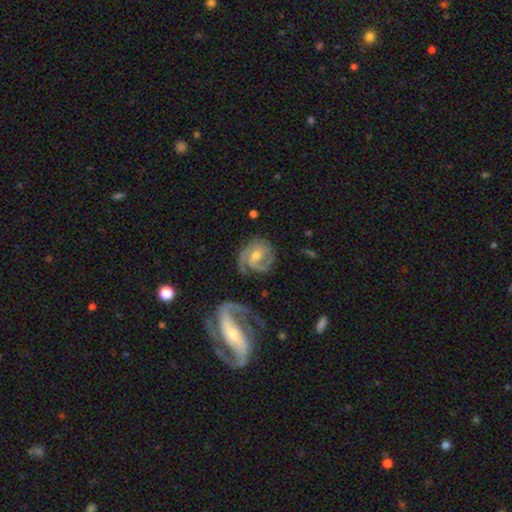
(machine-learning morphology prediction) featured or disk 83%, smooth 11%, star or artifact 6%. Down the decision tree: edge-on disk — no (97%); bar — no (48%); spiral arms — yes (95%); spiral arm count — 2 (51%); spiral winding — tight (49%); bulge size — moderate (53%); merging — none (63%).